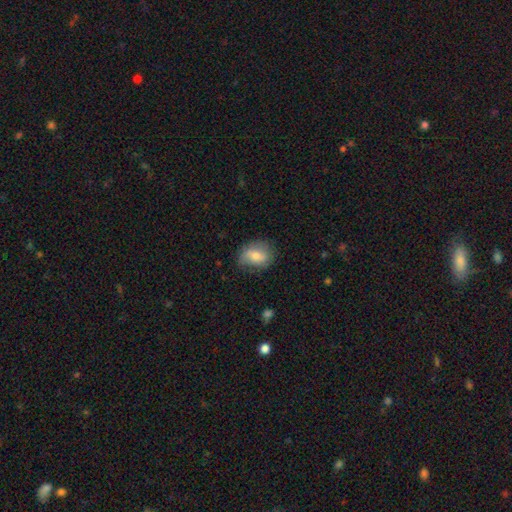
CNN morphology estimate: smooth_or_featured: smooth (p=0.67) [alt: featured or disk p=0.26]
how_rounded: in between (p=0.66) [alt: round p=0.33]
merging: none (p=0.68) [alt: minor disturbance p=0.24]